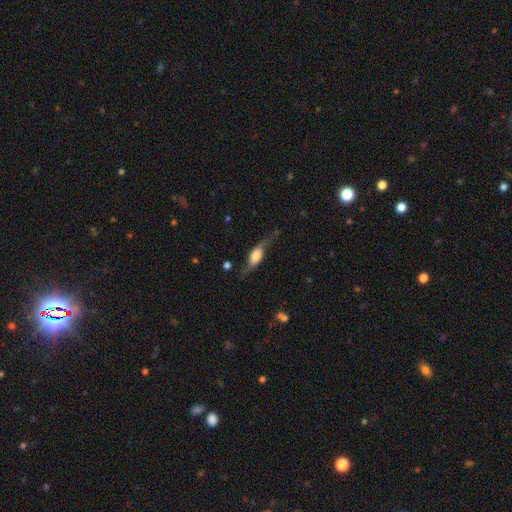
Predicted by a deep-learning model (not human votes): Smooth or featured? featured or disk (57%)
Edge-on disk? yes (60%)
Merging? none (64%)